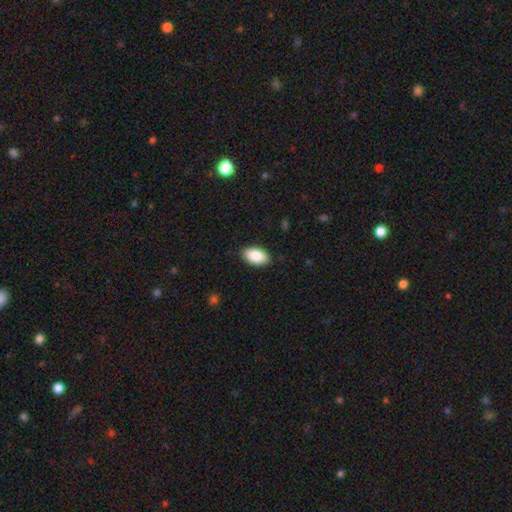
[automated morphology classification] This is clearly a smooth galaxy (89%). How rounded: clearly in between (95%). Merging: clearly none (87%).